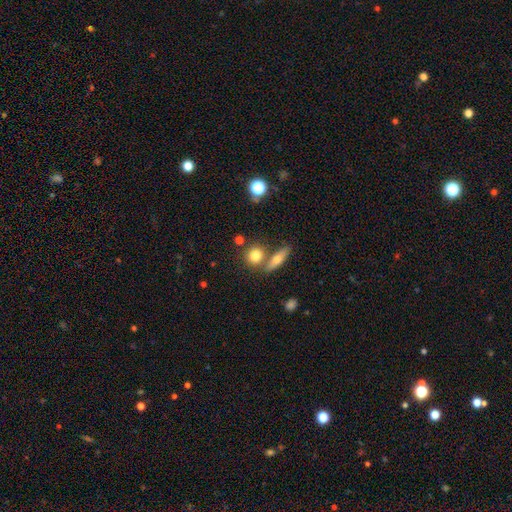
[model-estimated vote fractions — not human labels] Smooth or featured? smooth (76%)
How rounded? round (72%)
Merging? none (61%)